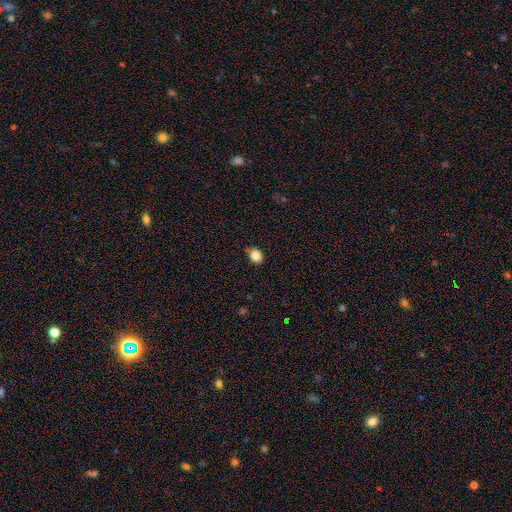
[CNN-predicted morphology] Smooth or featured?
  - smooth: 85% *
  - star or artifact: 10%
  - featured or disk: 5%
How rounded?
  - round: 56% *
  - in between: 43%
  - cigar-shaped: 1%
Merging?
  - none: 75% *
  - minor disturbance: 21%
  - major disturbance: 3%
  - merger: 1%